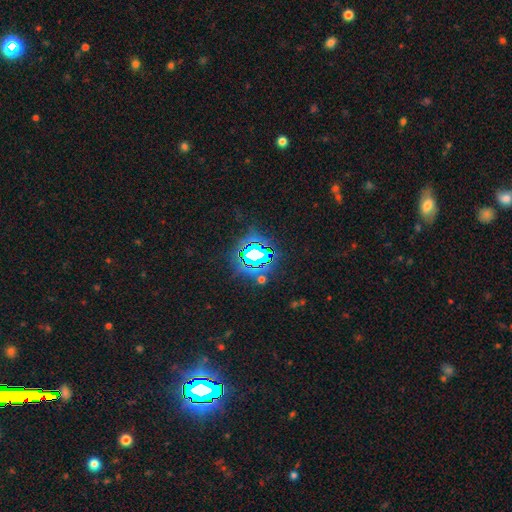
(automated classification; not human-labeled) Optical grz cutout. It shows a star or artifact, not a galaxy (74%).